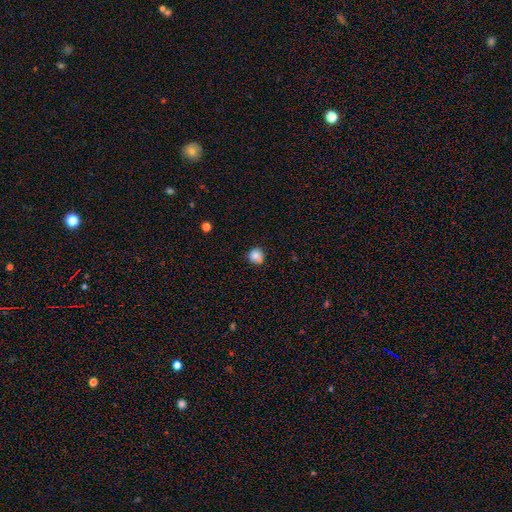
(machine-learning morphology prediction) A smooth galaxy with no disk features (84%) that is round (89%). Merging: none (77%).